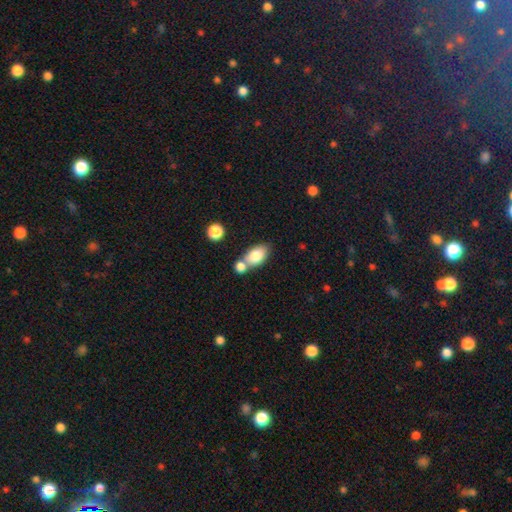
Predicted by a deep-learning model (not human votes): A smooth galaxy with no disk features (80%) that is in between round and cigar-shaped (88%). Merging: none (47%).